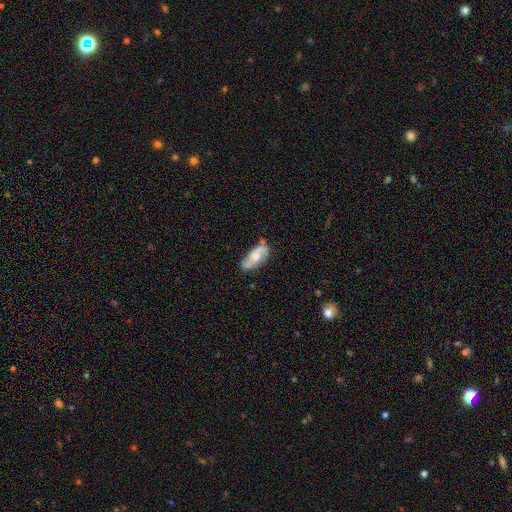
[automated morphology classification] The model was most divided on "bulge size": moderate: 50%, small: 26%, large: 13%, none: 9%, dominant: 2%. More confident: edge-on disk — no (91%); spiral arms — yes (89%); merging — none (70%); smooth or featured — featured or disk (62%); bar — no (59%).